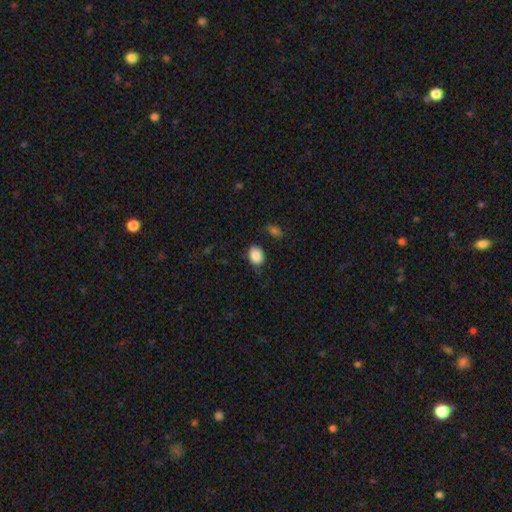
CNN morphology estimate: Smooth or featured? Predicted: smooth (p=0.87). How rounded? Predicted: in between (p=0.71). Merging? Predicted: none (p=0.75).